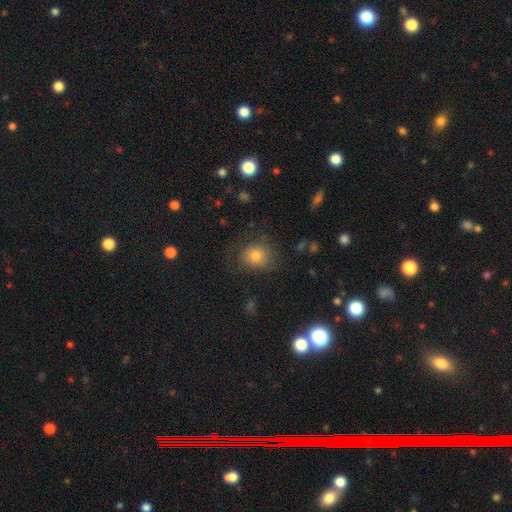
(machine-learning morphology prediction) The model was most divided on "how rounded": round: 75%, in between: 24%, cigar-shaped: 1%. More confident: smooth or featured — smooth (74%); merging — none (70%).